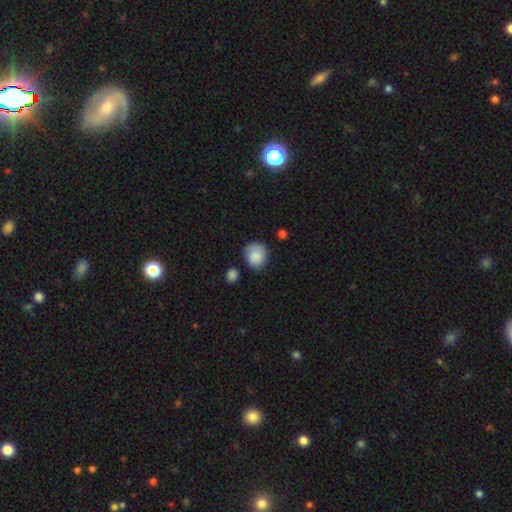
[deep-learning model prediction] This is clearly a smooth galaxy (84%). How rounded: likely round (79%). Merging: likely none (66%).